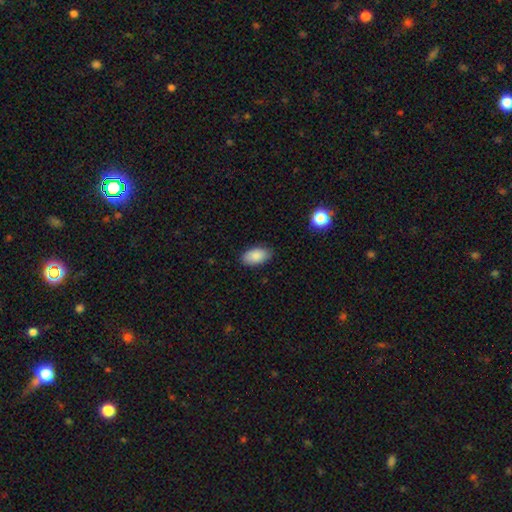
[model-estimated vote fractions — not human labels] This appears to be a smooth galaxy with no disk features (88%) that is in between round and cigar-shaped (94%). Merging: none (85%).